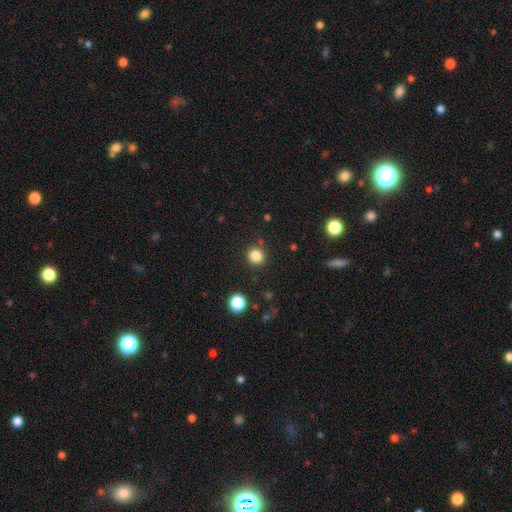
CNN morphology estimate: Smooth or featured: smooth — 84% (star or artifact — 12%)
How rounded: round — 88% (in between — 11%)
Merging: none — 86% (minor disturbance — 8%)